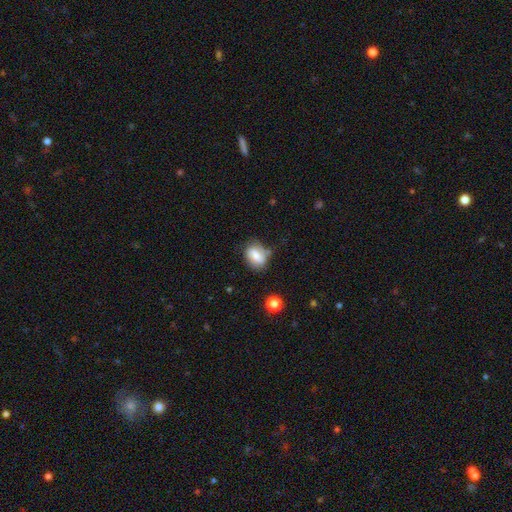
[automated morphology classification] smooth-or-featured: smooth: 64% | featured or disk: 26% | star or artifact: 10%
  how-rounded: in between: 70% | round: 28% | cigar-shaped: 2%
  merging: none: 61% | minor disturbance: 26% | major disturbance: 7% | merger: 6%